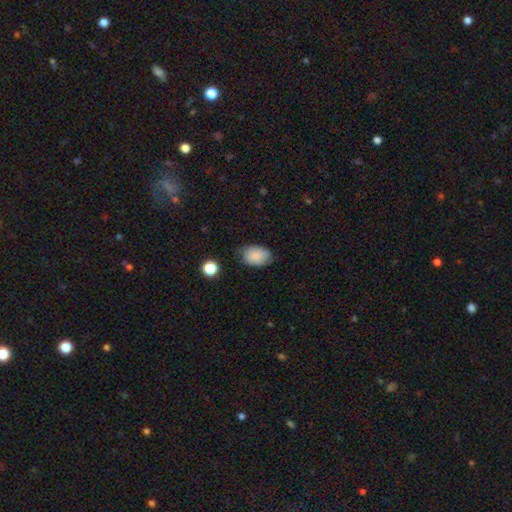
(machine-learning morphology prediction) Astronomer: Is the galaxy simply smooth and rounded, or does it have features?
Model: smooth — 85%.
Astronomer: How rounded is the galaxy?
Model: in between — 82%.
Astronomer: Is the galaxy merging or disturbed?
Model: none — 70%.